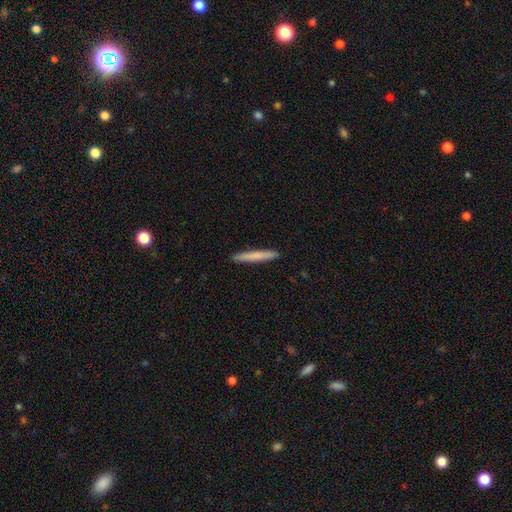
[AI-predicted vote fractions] smooth_or_featured: smooth (p=0.75) [alt: featured or disk p=0.20]
how_rounded: cigar-shaped (p=0.96) [alt: in between p=0.03]
merging: none (p=0.92) [alt: minor disturbance p=0.05]